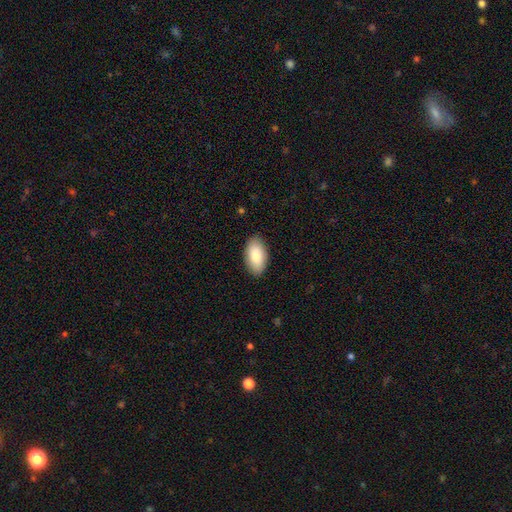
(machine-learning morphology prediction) smooth-or-featured: smooth: 83% | featured or disk: 11% | star or artifact: 6%
  how-rounded: in between: 95% | round: 3% | cigar-shaped: 2%
  merging: none: 88% | minor disturbance: 9% | major disturbance: 2% | merger: 1%